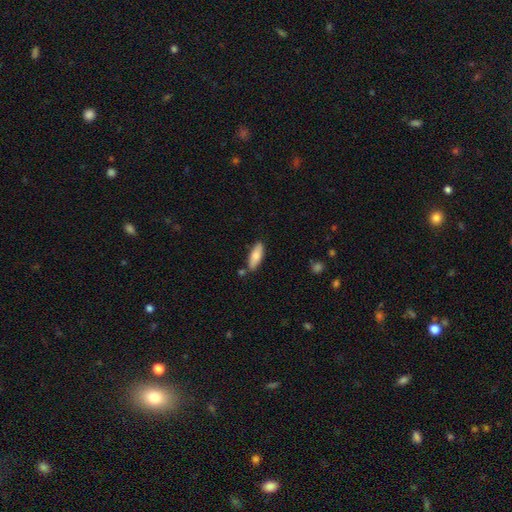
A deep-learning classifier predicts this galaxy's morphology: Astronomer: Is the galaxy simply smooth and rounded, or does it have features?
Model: smooth — 76%.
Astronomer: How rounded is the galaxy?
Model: in between — 64%.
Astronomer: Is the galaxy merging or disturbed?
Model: none — 79%.